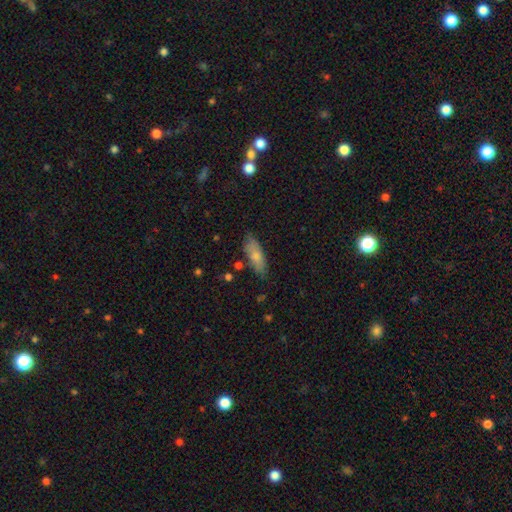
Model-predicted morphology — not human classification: smooth 74%, featured or disk 19%, star or artifact 7%. Down the decision tree: how rounded — in between (64%); merging — none (77%).